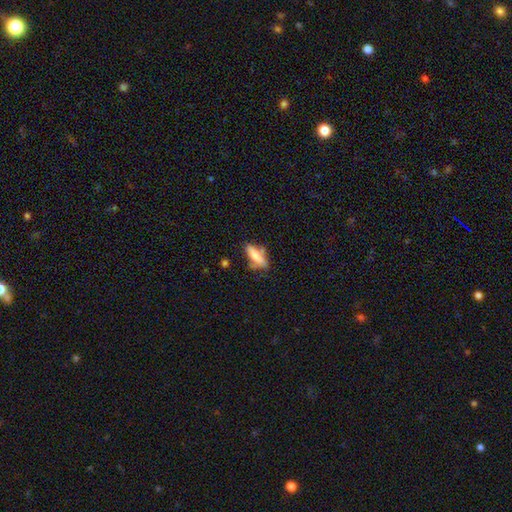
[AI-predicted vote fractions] smooth_or_featured: smooth (p=0.75) [alt: featured or disk p=0.18]
how_rounded: cigar-shaped (p=0.59) [alt: in between p=0.39]
merging: none (p=0.60) [alt: minor disturbance p=0.23]